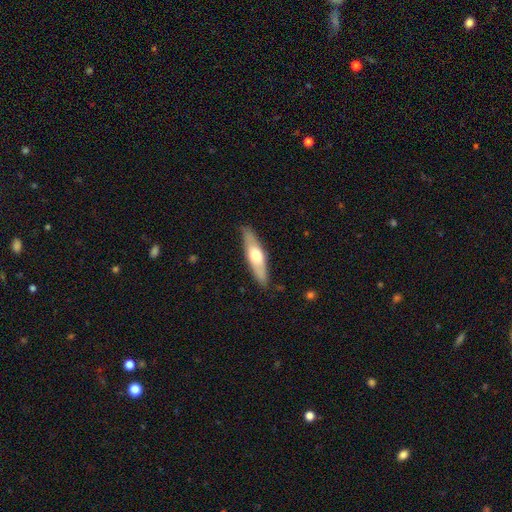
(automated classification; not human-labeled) This is possibly a smooth galaxy (50%). Merging: clearly none (85%).